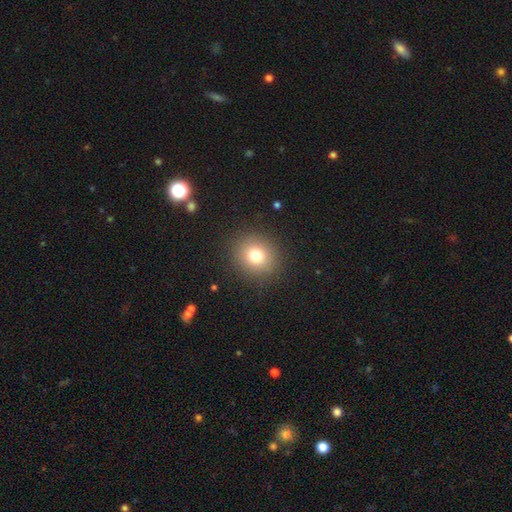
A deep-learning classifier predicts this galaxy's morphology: smooth-or-featured: smooth: 78% | star or artifact: 13% | featured or disk: 9%
  how-rounded: round: 85% | in between: 14% | cigar-shaped: 1%
  merging: none: 90% | minor disturbance: 6% | major disturbance: 3% | merger: 1%